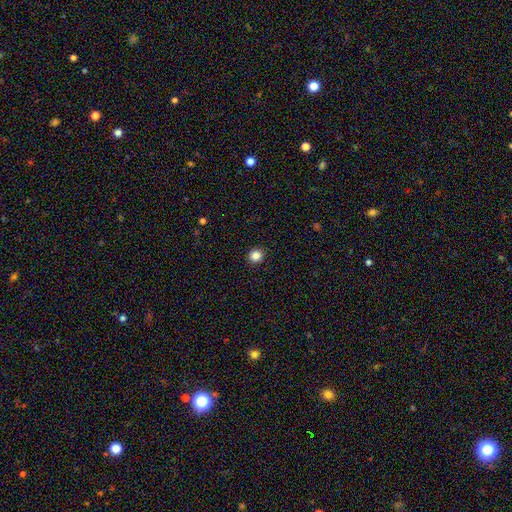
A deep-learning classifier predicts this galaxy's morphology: Smooth or featured: smooth — 86% (star or artifact — 11%)
How rounded: round — 87% (in between — 12%)
Merging: none — 92% (minor disturbance — 5%)